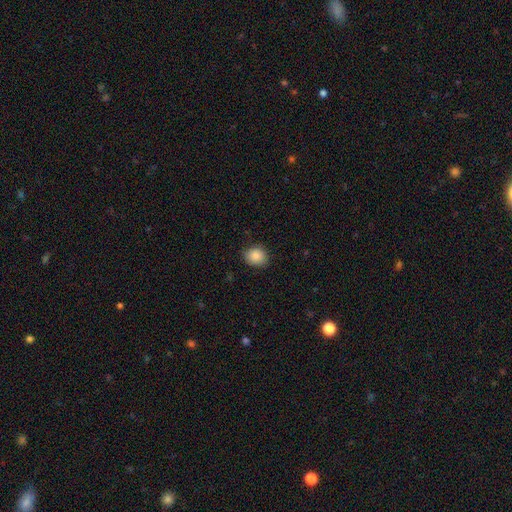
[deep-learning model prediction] Smooth or featured? smooth (88%)
How rounded? round (60%)
Merging? none (83%)